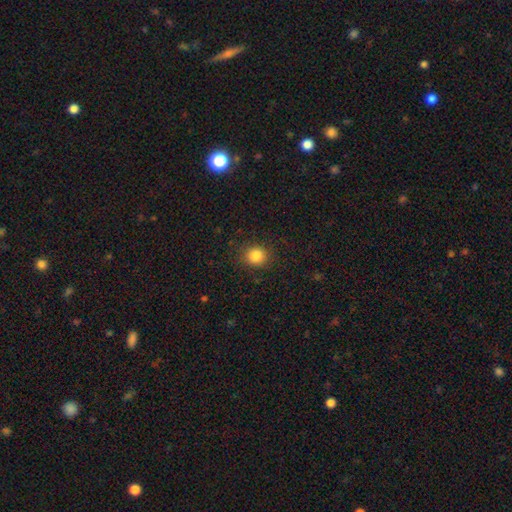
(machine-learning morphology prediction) Smooth or featured? Predicted: smooth (p=0.85). How rounded? Predicted: round (p=0.82). Merging? Predicted: none (p=0.87).